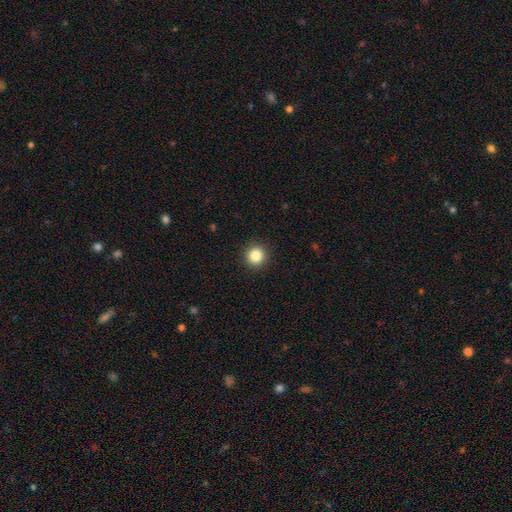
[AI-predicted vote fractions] Morphology: type=smooth (85%); roundness=round (95%); merging=none (93%).